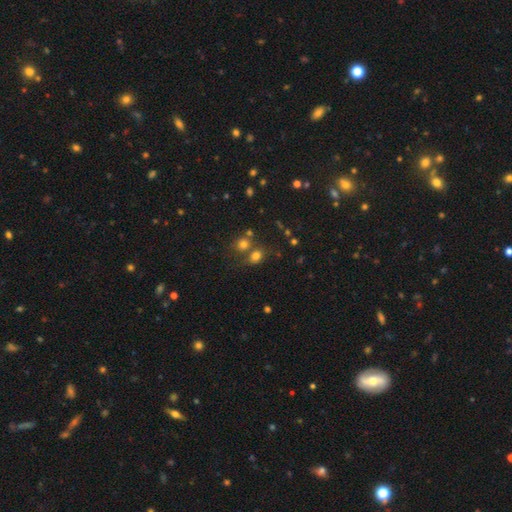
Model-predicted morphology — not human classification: Overall: smooth (73%). How rounded: round (60%; in between 39%). Merging: none (52%; merger 32%).